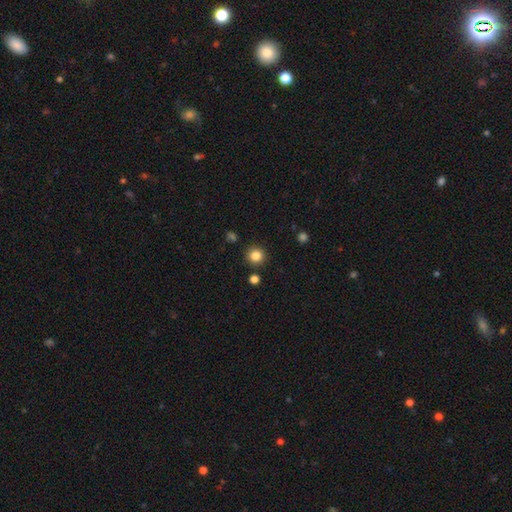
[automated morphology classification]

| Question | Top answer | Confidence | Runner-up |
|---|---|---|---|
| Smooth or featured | smooth | 84% | star or artifact (11%) |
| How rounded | round | 93% | in between (6%) |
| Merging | none | 89% | minor disturbance (6%) |